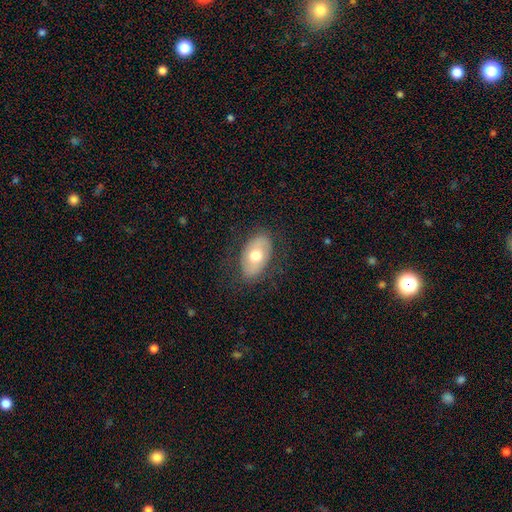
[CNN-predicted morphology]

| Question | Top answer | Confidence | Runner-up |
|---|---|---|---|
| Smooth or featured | smooth | 61% | featured or disk (33%) |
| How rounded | in between | 92% | round (7%) |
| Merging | none | 79% | minor disturbance (14%) |